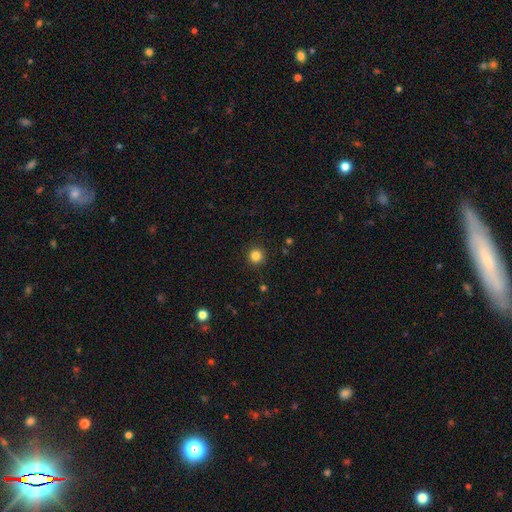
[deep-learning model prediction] Smooth or featured? Predicted: smooth (p=0.84). How rounded? Predicted: round (p=0.95). Merging? Predicted: none (p=0.92).